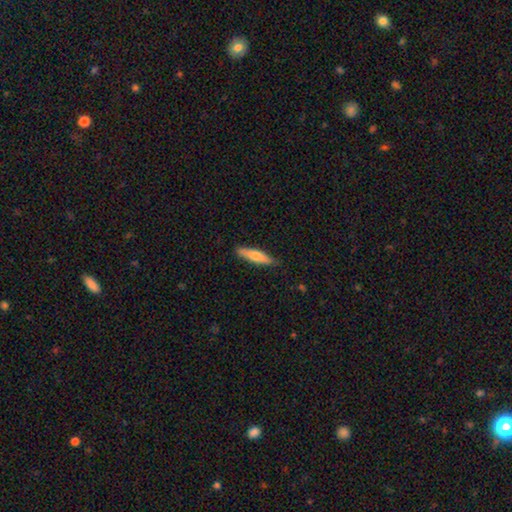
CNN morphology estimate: smooth 67%, featured or disk 28%, star or artifact 5%. Down the decision tree: how rounded — cigar-shaped (80%); merging — none (85%).